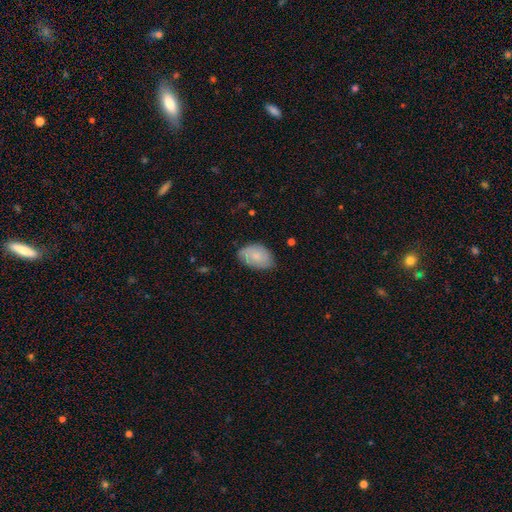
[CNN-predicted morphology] A smooth galaxy with no disk features (66%) that is in between round and cigar-shaped (90%). Merging: none (69%).